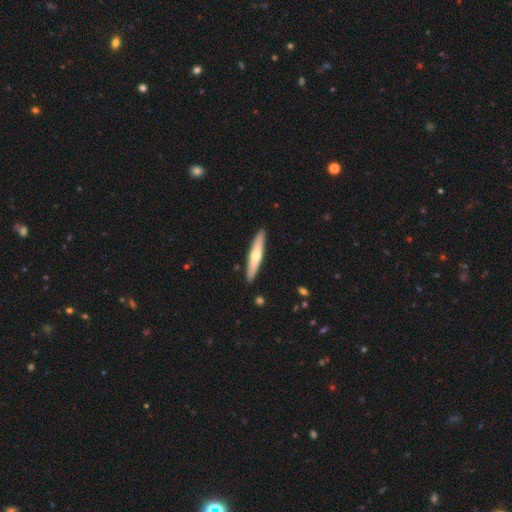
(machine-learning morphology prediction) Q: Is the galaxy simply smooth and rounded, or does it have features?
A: smooth — 51%.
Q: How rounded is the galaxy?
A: cigar-shaped — 89%.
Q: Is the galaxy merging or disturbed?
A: none — 90%.